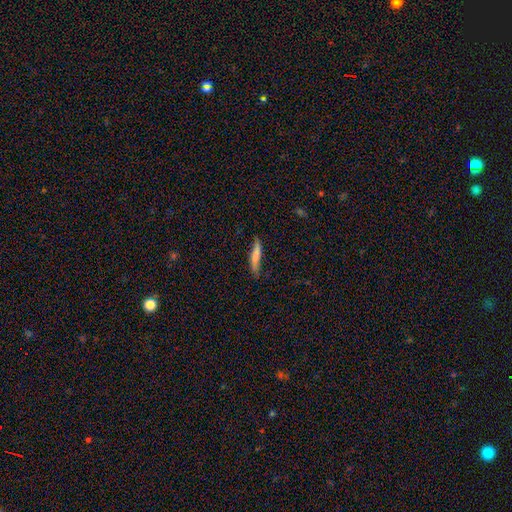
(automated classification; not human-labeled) Overall: smooth (73%). How rounded: cigar-shaped (87%). Merging: none (68%).